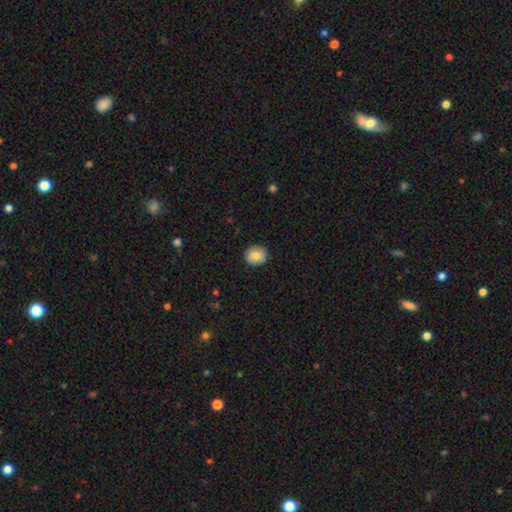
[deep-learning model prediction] A smooth galaxy with no disk features (82%) that is round (82%).

Vote fractions:
- Smooth or featured? smooth: 82% / featured or disk: 10% / star or artifact: 8%
- How rounded? round: 82% / in between: 17% / cigar-shaped: 1%
- Merging? none: 89% / minor disturbance: 8% / major disturbance: 2% / merger: 1%